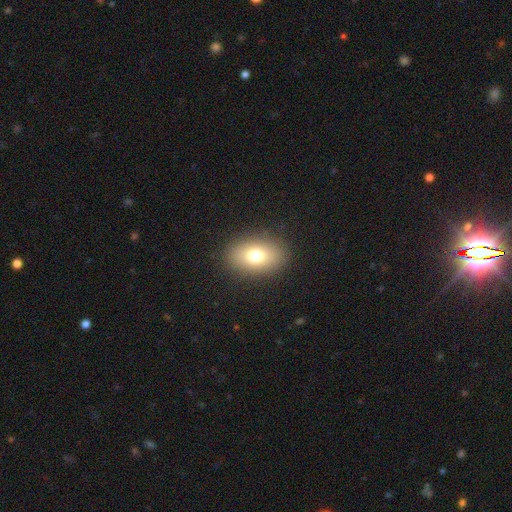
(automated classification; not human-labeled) This is likely a smooth galaxy (74%). How rounded: clearly in between (81%). Merging: clearly none (88%).